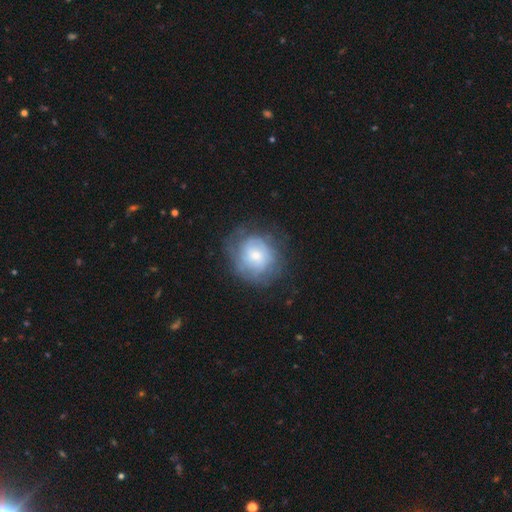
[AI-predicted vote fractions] smooth_or_featured: featured or disk (p=0.56) [alt: smooth p=0.36]
disk_edge_on: no (p=0.97) [alt: yes p=0.03]
bar: no (p=0.72) [alt: weak p=0.24]
has_spiral_arms: yes (p=0.76) [alt: no p=0.24]
bulge_size: small (p=0.49) [alt: moderate p=0.38]
merging: none (p=0.66) [alt: minor disturbance p=0.20]